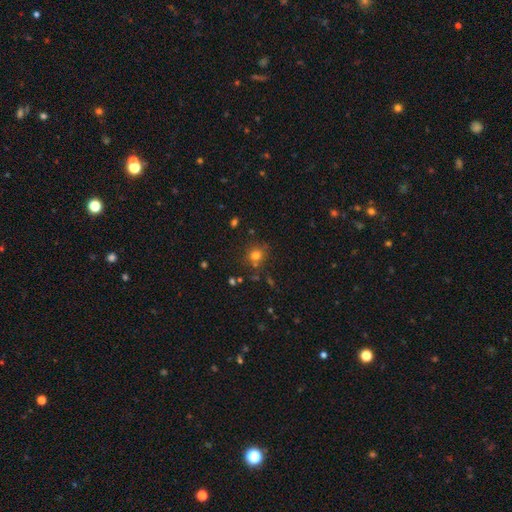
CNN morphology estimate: Q: Smooth or featured?
A: smooth (73%); runner-up: star or artifact (19%)
Q: How rounded?
A: round (86%); runner-up: in between (13%)
Q: Merging?
A: none (75%); runner-up: minor disturbance (12%)